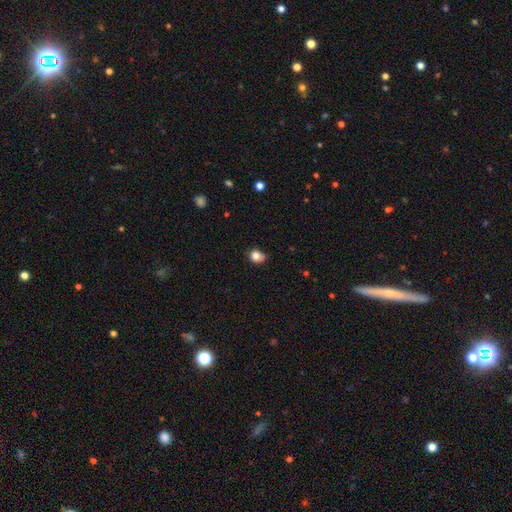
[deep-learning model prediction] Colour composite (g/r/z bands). It shows a smooth galaxy with no disk features (80%) that is round (66%). Merging: none (66%).